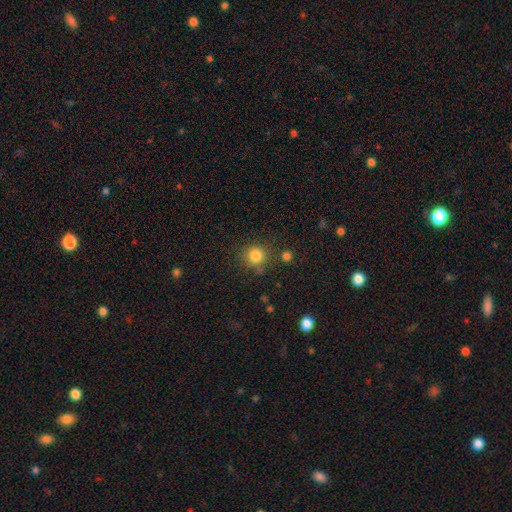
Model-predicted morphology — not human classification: This appears to be a smooth galaxy with no disk features (83%) that is round (90%). Merging: none (79%).